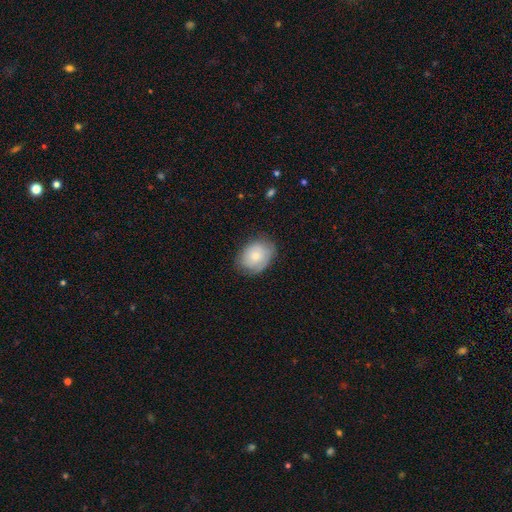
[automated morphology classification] Smooth or featured? Predicted: smooth (p=0.70). How rounded? Predicted: in between (p=0.59). Merging? Predicted: none (p=0.72).